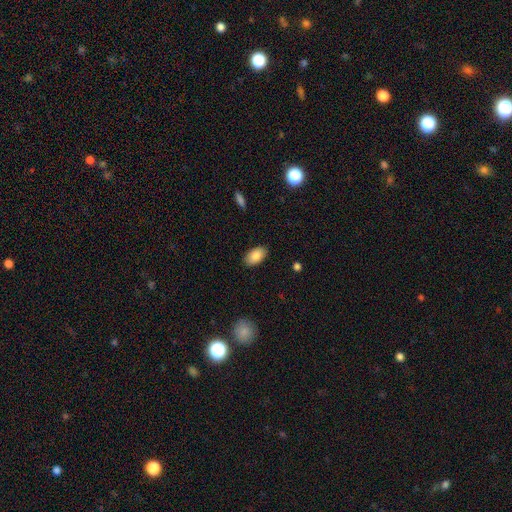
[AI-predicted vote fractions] Smooth or featured? Predicted: smooth (p=0.86). How rounded? Predicted: in between (p=0.94). Merging? Predicted: none (p=0.87).